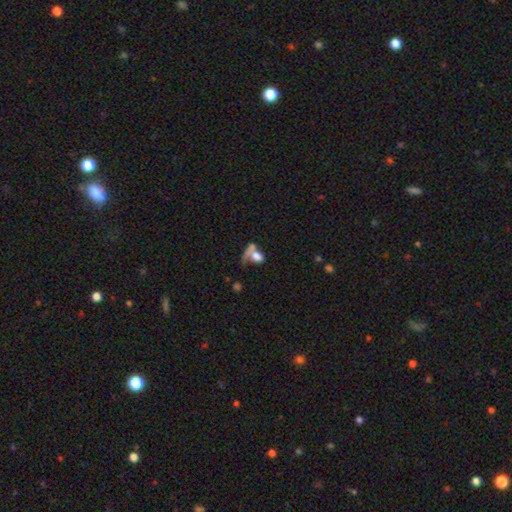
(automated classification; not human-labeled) The model was most divided on "merging": merger: 47%, none: 26%, major disturbance: 17%, minor disturbance: 10%. More confident: smooth or featured — smooth (70%); how rounded — in between (64%).